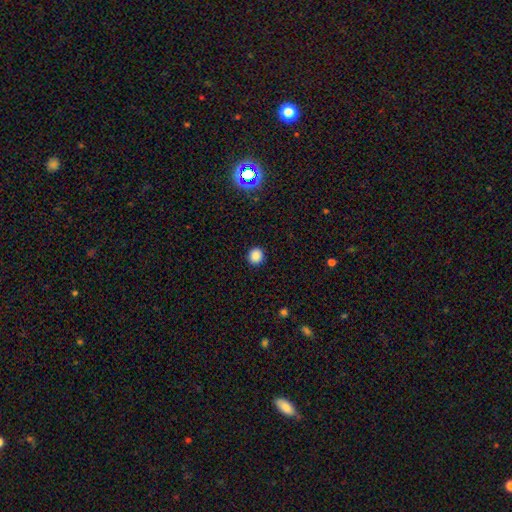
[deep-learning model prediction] Smooth or featured: smooth — 85% (star or artifact — 12%)
How rounded: round — 89% (in between — 10%)
Merging: none — 91% (minor disturbance — 6%)